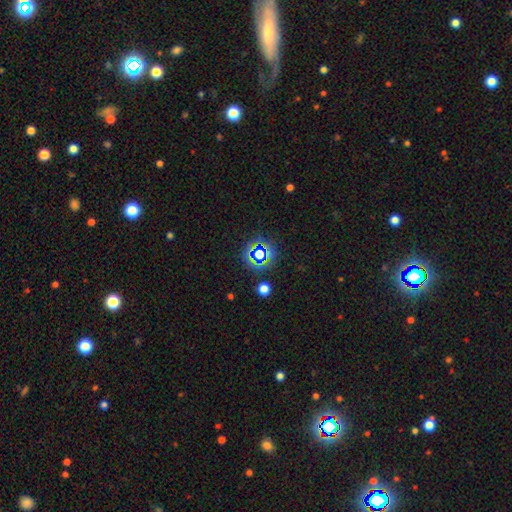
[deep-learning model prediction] Morphology: type=star or artifact (66%).